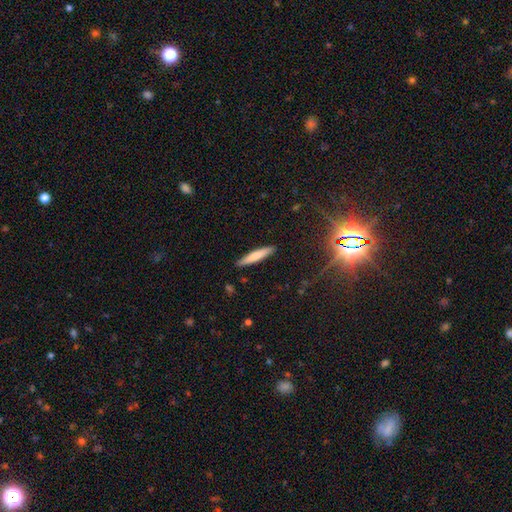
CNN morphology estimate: This is likely a smooth galaxy (71%). How rounded: clearly cigar-shaped (91%). Merging: clearly none (90%).